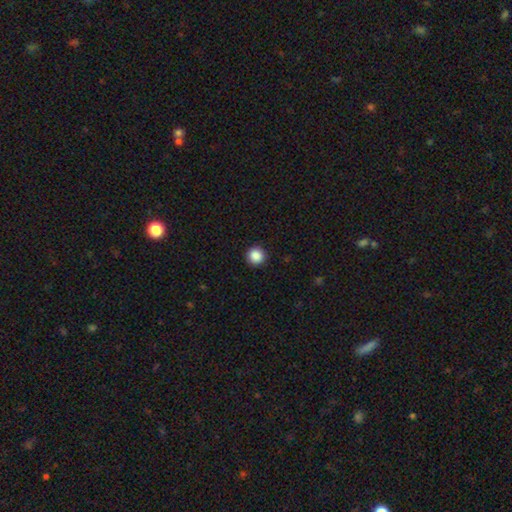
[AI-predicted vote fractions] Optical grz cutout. It shows a smooth galaxy with no disk features (88%) that is round (95%). Merging: none (93%).